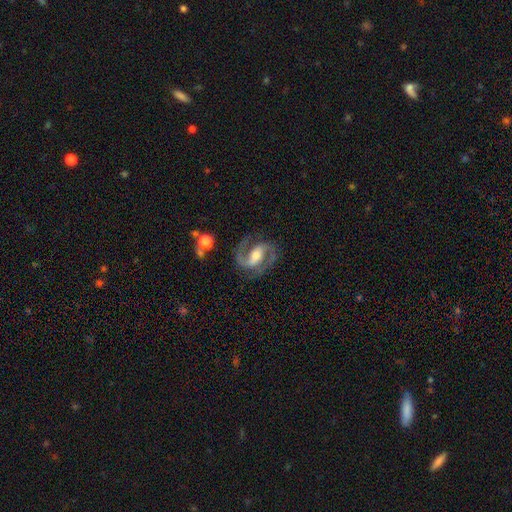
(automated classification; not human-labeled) Smooth or featured? featured or disk (91%)
Edge-on disk? no (98%)
Bar? strong (45%)
Spiral arms? yes (98%)
Spiral winding? medium (63%)
Spiral arm count? 2 (93%)
Bulge size? moderate (57%)
Merging? none (79%)